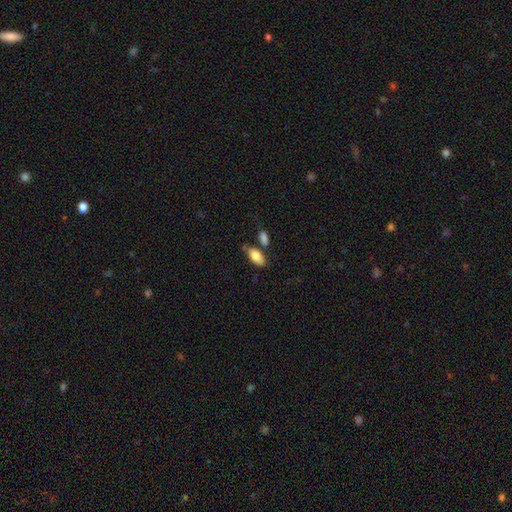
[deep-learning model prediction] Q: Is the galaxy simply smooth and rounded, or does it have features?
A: smooth — 81%.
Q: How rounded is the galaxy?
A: in between — 91%.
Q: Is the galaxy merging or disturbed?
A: none — 63%.